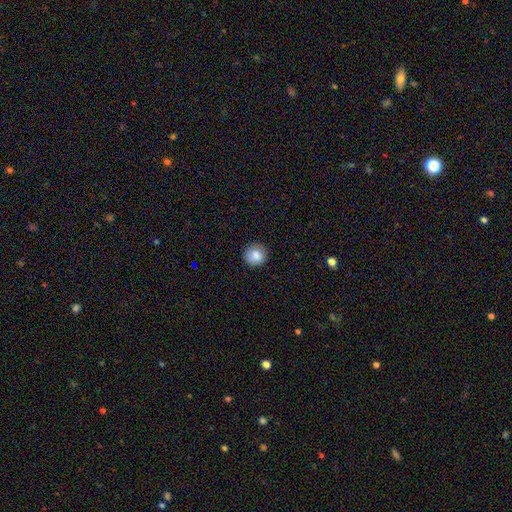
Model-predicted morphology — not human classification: A smooth galaxy with no disk features (87%) that is round (91%). Merging: none (89%).